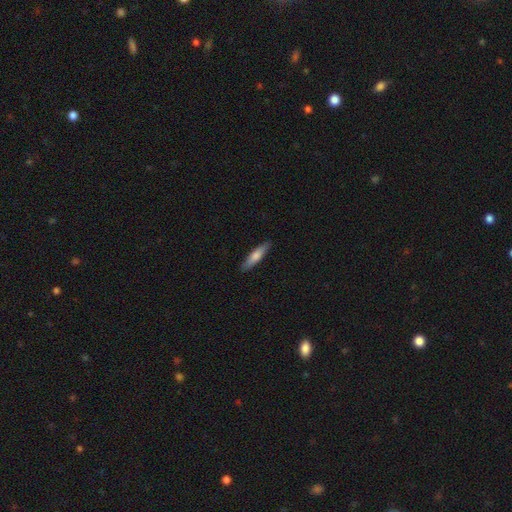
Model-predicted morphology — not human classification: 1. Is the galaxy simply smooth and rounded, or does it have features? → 68% smooth, 26% featured or disk, 5% star or artifact.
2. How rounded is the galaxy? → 79% cigar-shaped, 20% in between, 2% round.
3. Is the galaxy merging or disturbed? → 88% none, 9% minor disturbance, 2% major disturbance, 1% merger.